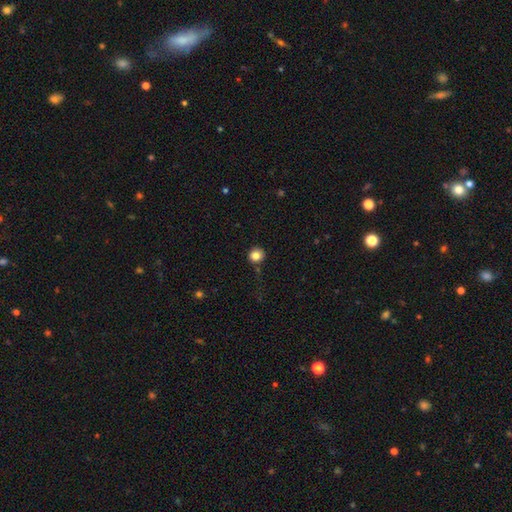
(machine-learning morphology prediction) Overall: smooth (84%). How rounded: round (90%). Merging: none (85%).